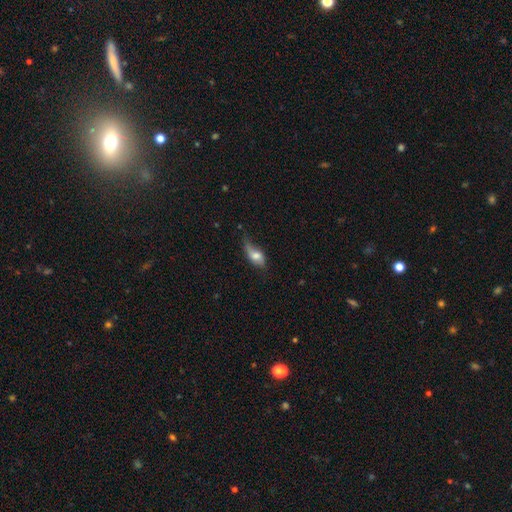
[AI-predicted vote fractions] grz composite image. It shows a smooth galaxy with no disk features (64%) that is in between round and cigar-shaped (84%). Merging: minor disturbance (39%).